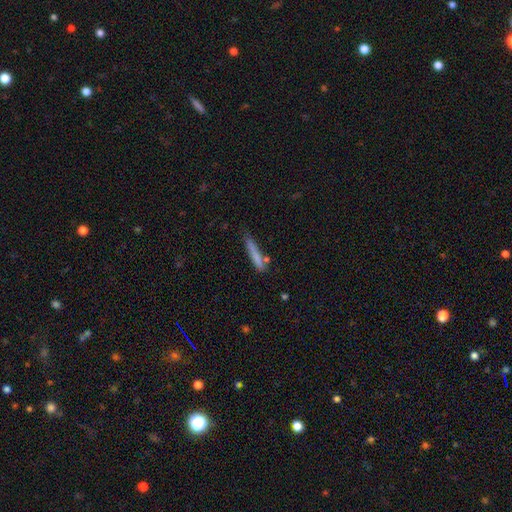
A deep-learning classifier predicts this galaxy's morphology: smooth_or_featured: smooth (p=0.75) [alt: featured or disk p=0.18]
how_rounded: cigar-shaped (p=0.93) [alt: in between p=0.05]
merging: none (p=0.72) [alt: minor disturbance p=0.18]